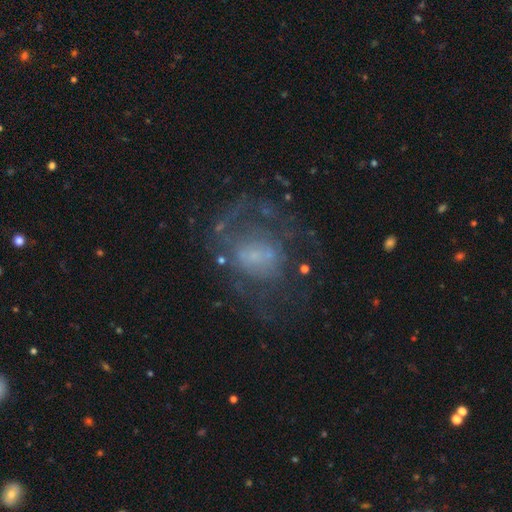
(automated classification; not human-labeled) Overall: featured or disk (66%). Edge-on disk: no (97%). Bar: no (71%). Spiral arms: yes (59%; no 41%). Bulge size: small (47%; none 23%). Merging: none (51%; major disturbance 29%).